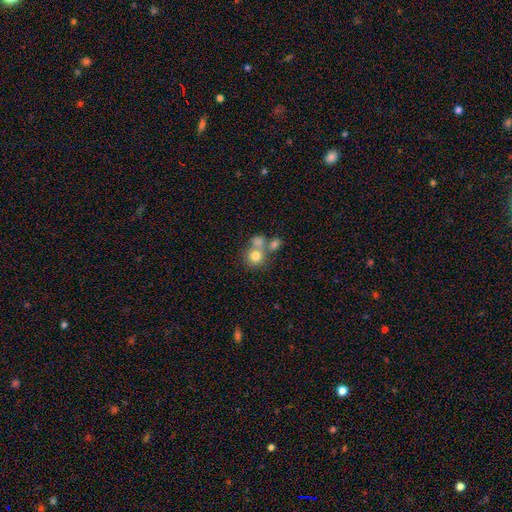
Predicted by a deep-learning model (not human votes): A smooth galaxy with no disk features (74%) that is round (84%).

Vote fractions:
- Smooth or featured? smooth: 74% / featured or disk: 14% / star or artifact: 12%
- How rounded? round: 84% / in between: 15% / cigar-shaped: 1%
- Merging? none: 45% / merger: 42% / minor disturbance: 8% / major disturbance: 4%